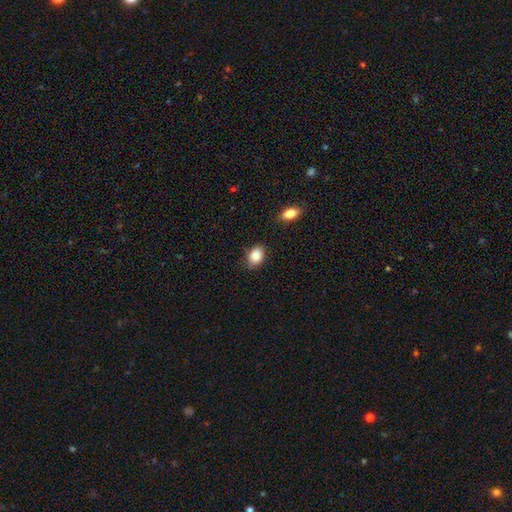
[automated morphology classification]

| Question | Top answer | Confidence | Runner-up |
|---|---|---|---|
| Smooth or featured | smooth | 87% | star or artifact (8%) |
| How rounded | in between | 75% | round (24%) |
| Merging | none | 77% | minor disturbance (17%) |